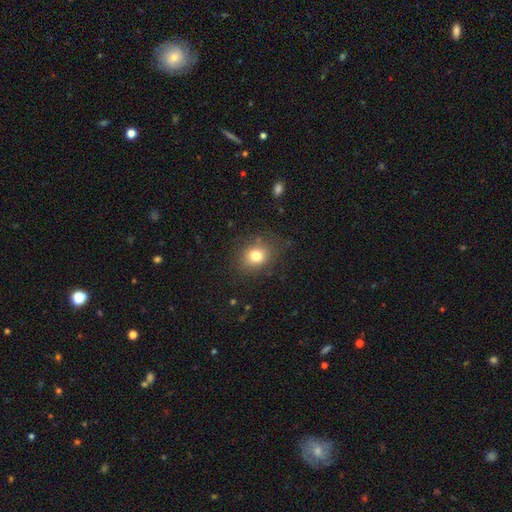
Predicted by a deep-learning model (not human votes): smooth_or_featured: smooth (p=0.78) [alt: star or artifact p=0.13]
how_rounded: round (p=0.59) [alt: in between p=0.40]
merging: none (p=0.81) [alt: minor disturbance p=0.13]